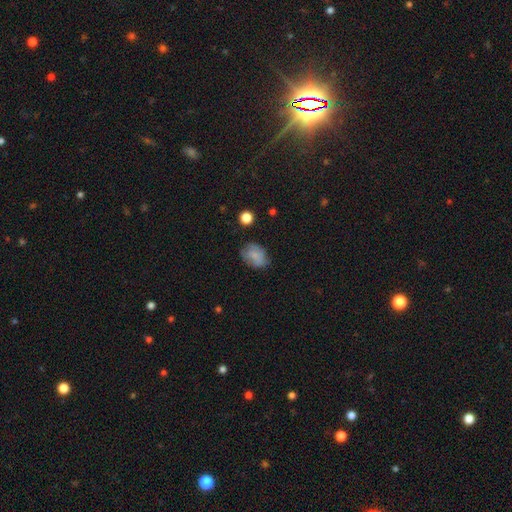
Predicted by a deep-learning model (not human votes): Q: Smooth or featured?
A: smooth (68%); runner-up: featured or disk (22%)
Q: How rounded?
A: in between (65%); runner-up: round (33%)
Q: Merging?
A: none (64%); runner-up: minor disturbance (25%)